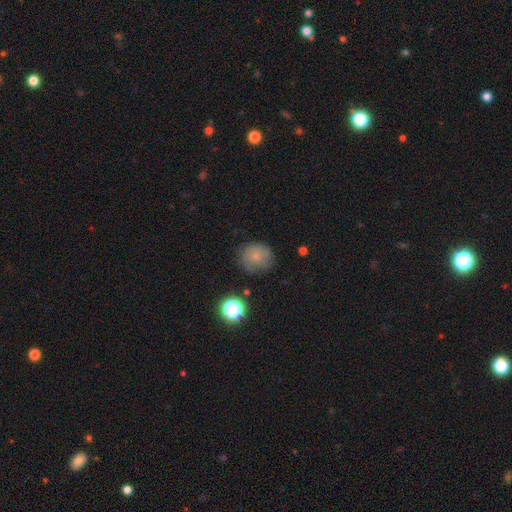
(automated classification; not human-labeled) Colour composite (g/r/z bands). It shows a smooth galaxy with no disk features (67%) that is round (85%). Merging: none (67%).